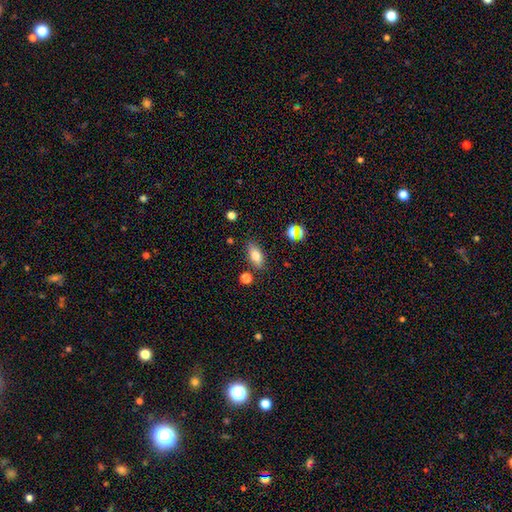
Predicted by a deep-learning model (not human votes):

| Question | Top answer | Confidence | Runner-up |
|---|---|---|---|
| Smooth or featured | smooth | 76% | featured or disk (13%) |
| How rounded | in between | 84% | cigar-shaped (10%) |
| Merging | none | 79% | minor disturbance (13%) |